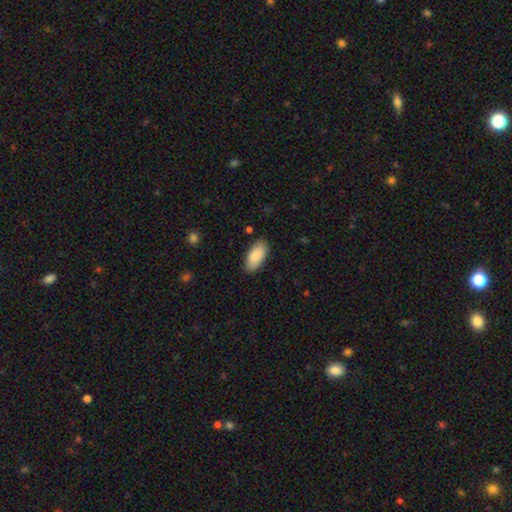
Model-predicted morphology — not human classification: Overall: smooth (88%). How rounded: in between (92%). Merging: none (86%).